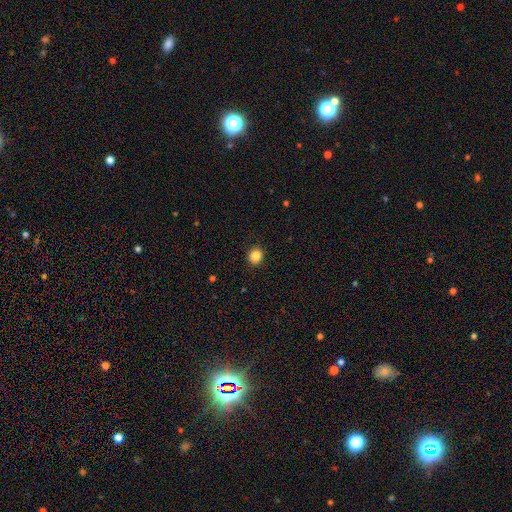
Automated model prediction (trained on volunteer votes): smooth_or_featured: smooth (p=0.86) [alt: star or artifact p=0.11]
how_rounded: round (p=0.84) [alt: in between p=0.15]
merging: none (p=0.91) [alt: minor disturbance p=0.06]